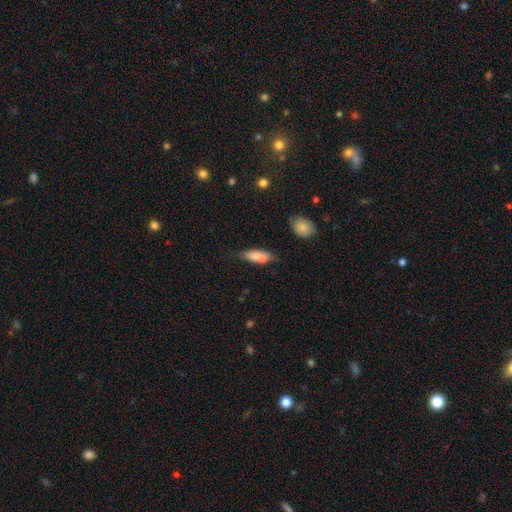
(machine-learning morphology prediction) This is likely a smooth galaxy (78%). How rounded: possibly in between (57%). Merging: possibly none (57%).